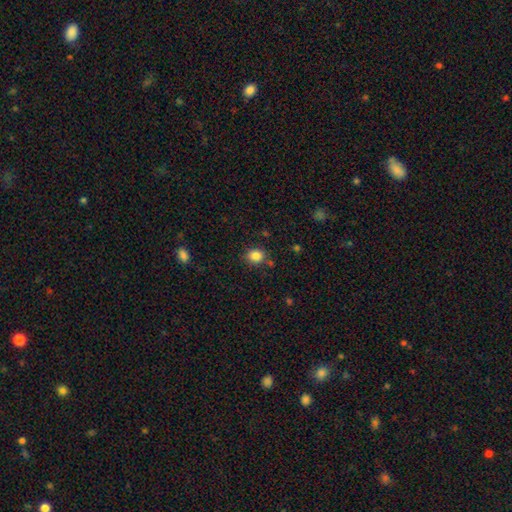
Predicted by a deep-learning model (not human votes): smooth 84%, star or artifact 11%, featured or disk 5%. Down the decision tree: how rounded — round (72%); merging — none (81%).